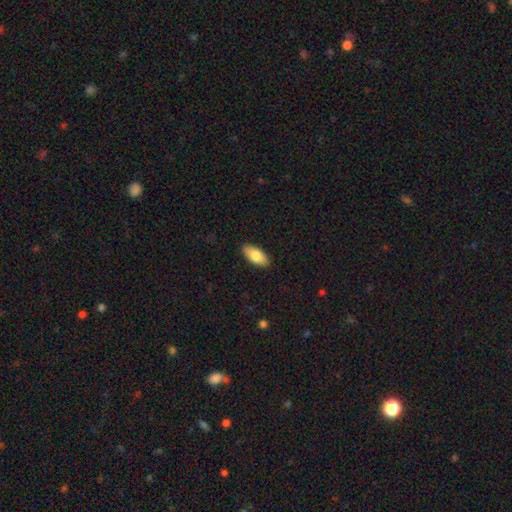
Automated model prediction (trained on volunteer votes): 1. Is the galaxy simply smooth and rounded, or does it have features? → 80% smooth, 14% featured or disk, 6% star or artifact.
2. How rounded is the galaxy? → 89% in between, 9% cigar-shaped, 2% round.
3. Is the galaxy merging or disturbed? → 89% none, 8% minor disturbance, 2% major disturbance, 1% merger.